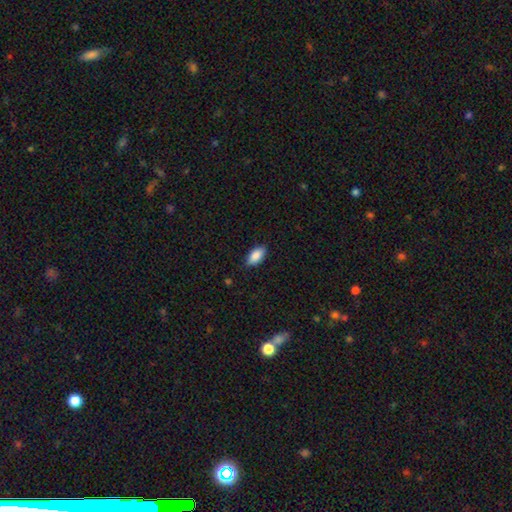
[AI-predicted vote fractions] Smooth or featured: smooth — 88% (star or artifact — 7%)
How rounded: in between — 91% (cigar-shaped — 6%)
Merging: none — 84% (minor disturbance — 12%)